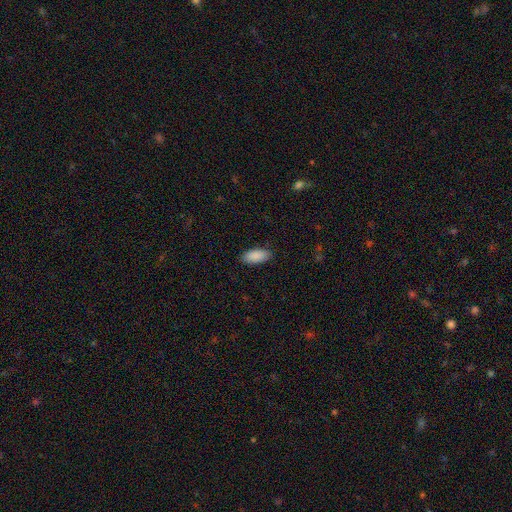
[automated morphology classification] Overall: smooth (90%). How rounded: in between (91%). Merging: none (88%).